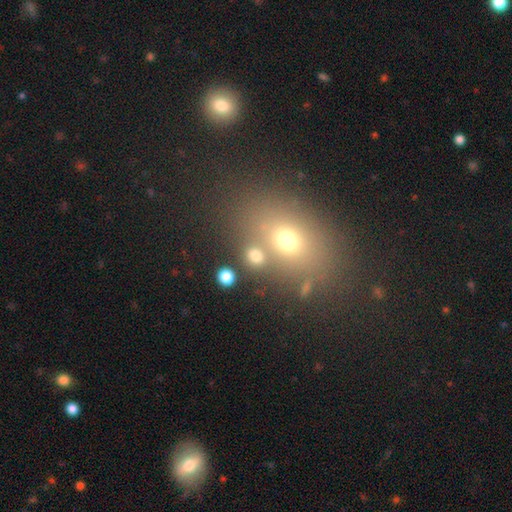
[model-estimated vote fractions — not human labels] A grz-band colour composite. It shows a smooth galaxy with no disk features (73%) that is round (61%). Merging: none (67%).